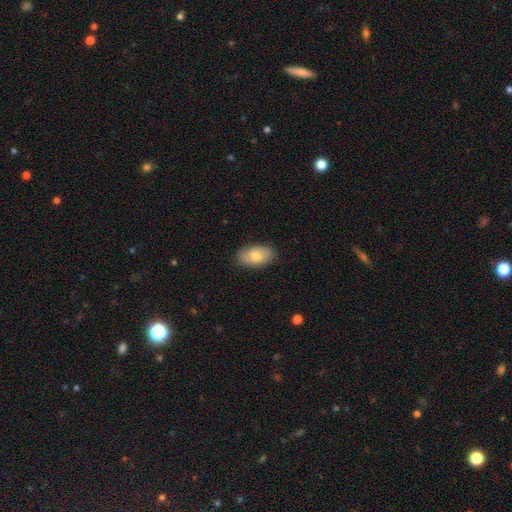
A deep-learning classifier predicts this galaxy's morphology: Overall: smooth (72%). How rounded: in between (92%). Merging: none (84%).